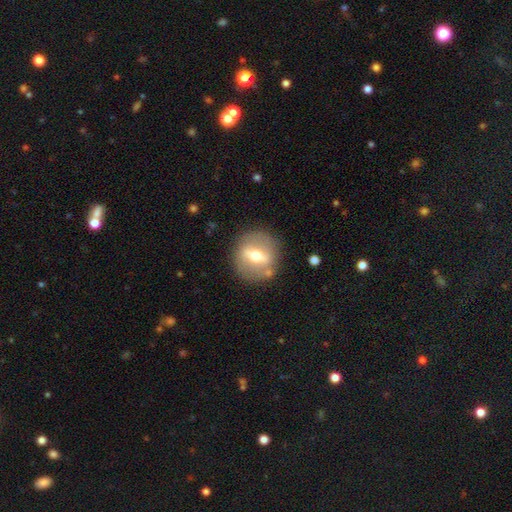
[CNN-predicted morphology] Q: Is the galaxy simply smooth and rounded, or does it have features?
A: featured or disk — 58%.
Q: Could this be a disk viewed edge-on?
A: no — 70%.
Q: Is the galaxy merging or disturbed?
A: none — 83%.